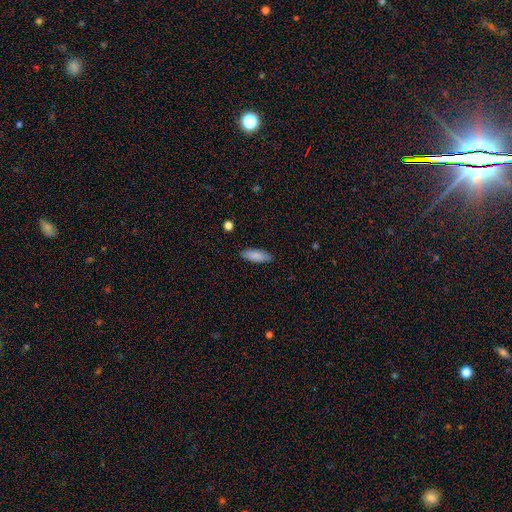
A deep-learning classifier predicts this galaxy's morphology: smooth 87%, featured or disk 7%, star or artifact 6%. Down the decision tree: how rounded — in between (63%); merging — none (87%).